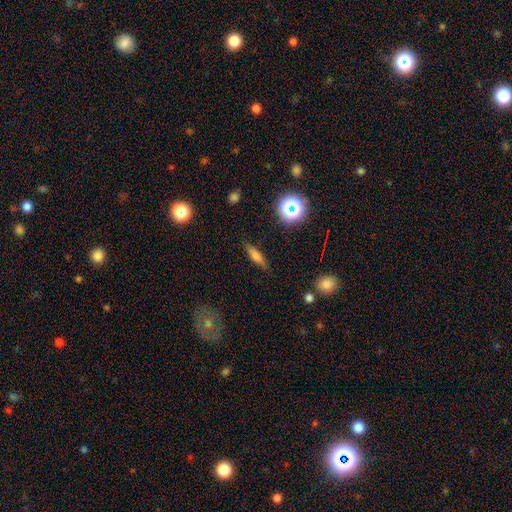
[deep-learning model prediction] This is likely a smooth galaxy (64%). How rounded: likely cigar-shaped (69%). Merging: clearly none (86%).